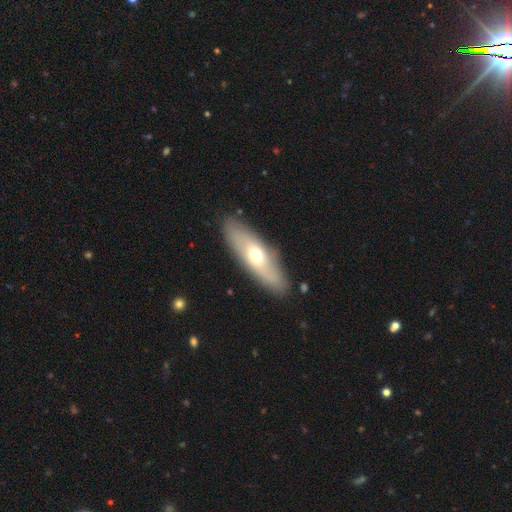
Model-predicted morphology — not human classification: smooth-or-featured: smooth: 55% | featured or disk: 39% | star or artifact: 6%
  how-rounded: in between: 55% | cigar-shaped: 43% | round: 3%
  merging: none: 85% | minor disturbance: 11% | major disturbance: 3% | merger: 2%